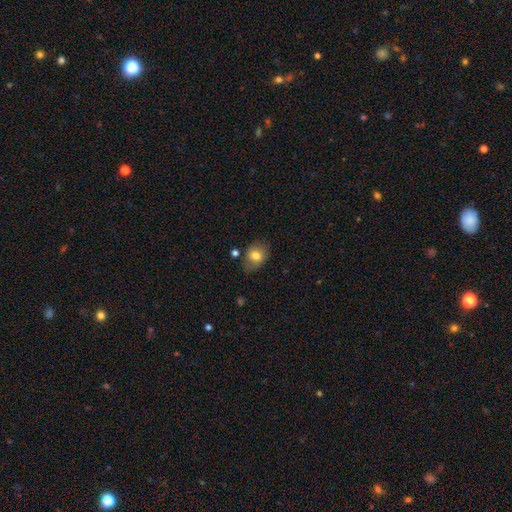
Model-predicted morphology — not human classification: A smooth galaxy with no disk features (76%) that is in between round and cigar-shaped (59%).

Vote fractions:
- Smooth or featured? smooth: 76% / featured or disk: 15% / star or artifact: 9%
- How rounded? in between: 59% / round: 40% / cigar-shaped: 1%
- Merging? none: 68% / minor disturbance: 21% / major disturbance: 6% / merger: 5%